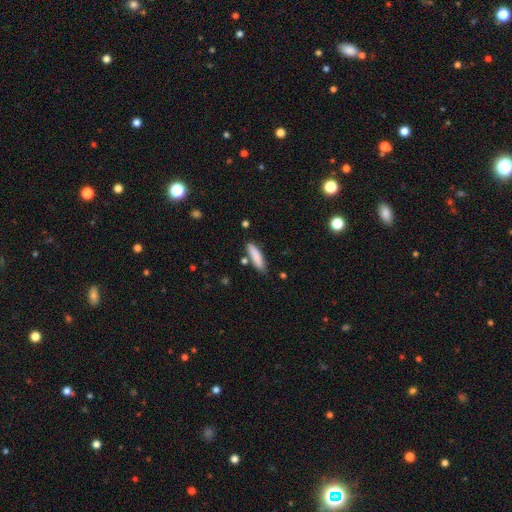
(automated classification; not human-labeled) A smooth galaxy with no disk features (85%) that is cigar-shaped (70%).

Vote fractions:
- Smooth or featured? smooth: 85% / featured or disk: 8% / star or artifact: 6%
- How rounded? cigar-shaped: 70% / in between: 29% / round: 2%
- Merging? none: 79% / minor disturbance: 13% / merger: 6% / major disturbance: 3%